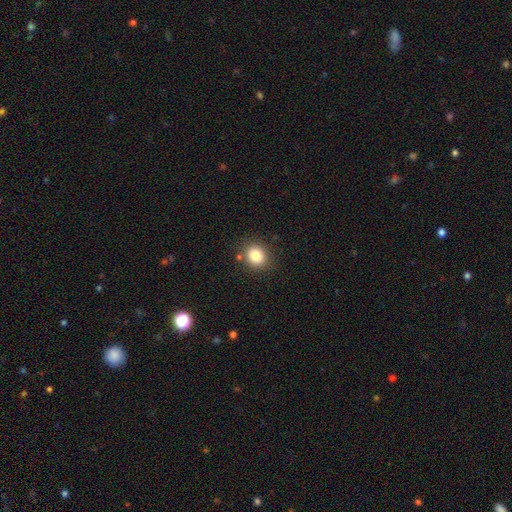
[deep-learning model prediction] Q: Smooth or featured?
A: smooth (84%); runner-up: star or artifact (10%)
Q: How rounded?
A: round (67%); runner-up: in between (32%)
Q: Merging?
A: none (83%); runner-up: minor disturbance (10%)